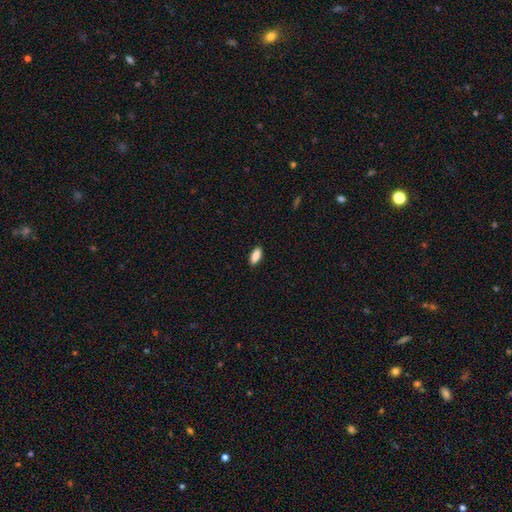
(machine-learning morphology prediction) This is clearly a smooth galaxy (89%). How rounded: clearly in between (86%). Merging: clearly none (90%).